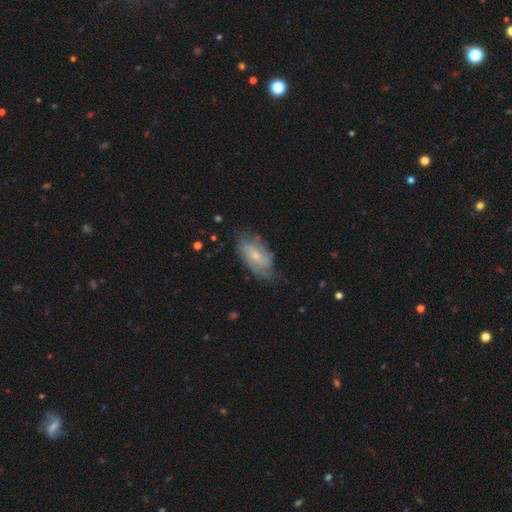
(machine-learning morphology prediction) smooth-or-featured: featured or disk: 59% | smooth: 34% | star or artifact: 7%
  disk-edge-on: no: 93% | yes: 7%
    bar: no: 63% | weak: 32% | strong: 6%
    has-spiral-arms: yes: 82% | no: 18%
    bulge-size: small: 60% | moderate: 33% | none: 4% | large: 2% | dominant: 1%
  merging: none: 62% | minor disturbance: 27% | major disturbance: 9% | merger: 1%